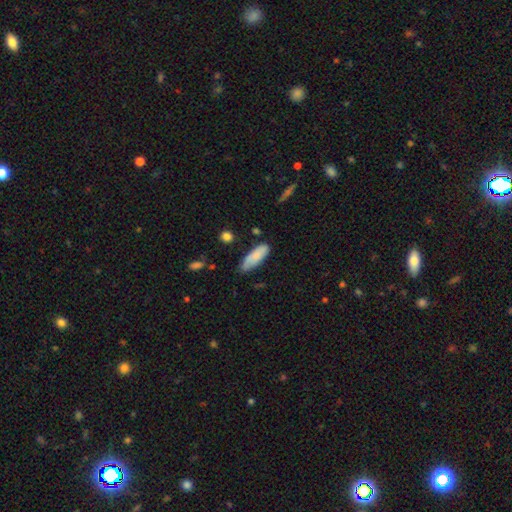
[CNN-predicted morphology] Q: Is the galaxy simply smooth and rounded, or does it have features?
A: smooth — 80%.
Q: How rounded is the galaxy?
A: in between — 66%.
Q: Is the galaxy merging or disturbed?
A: none — 66%.